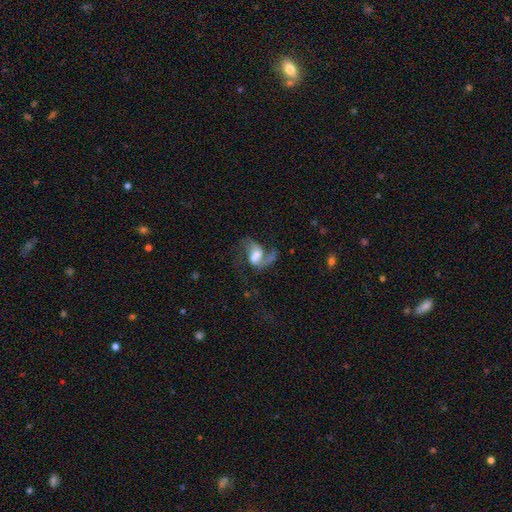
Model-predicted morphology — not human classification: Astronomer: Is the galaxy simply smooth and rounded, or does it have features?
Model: featured or disk — 74%.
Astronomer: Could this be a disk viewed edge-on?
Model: no — 97%.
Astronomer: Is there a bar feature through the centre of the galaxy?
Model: weak — 44% (runner-up: no, 35%).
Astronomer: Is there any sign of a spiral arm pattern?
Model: yes — 90%.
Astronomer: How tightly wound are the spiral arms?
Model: loose — 57% (runner-up: medium, 35%).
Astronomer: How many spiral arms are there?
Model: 2 — 69%.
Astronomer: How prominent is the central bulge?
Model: large — 38% (runner-up: moderate, 30%).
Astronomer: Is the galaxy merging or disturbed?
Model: major disturbance — 38% (runner-up: none, 37%).